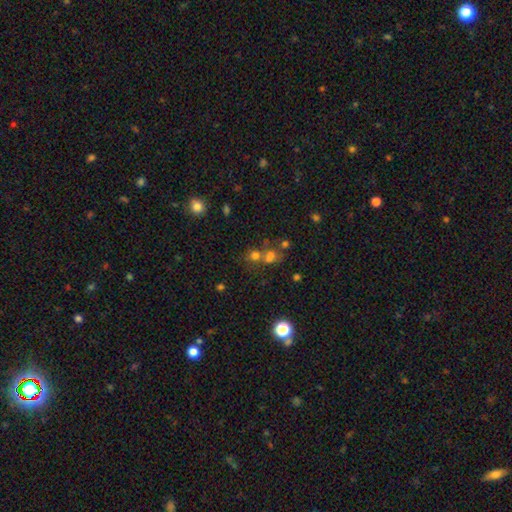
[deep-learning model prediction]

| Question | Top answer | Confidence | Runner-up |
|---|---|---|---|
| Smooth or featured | smooth | 62% | star or artifact (25%) |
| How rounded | round | 76% | in between (22%) |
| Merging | none | 44% | merger (42%) |